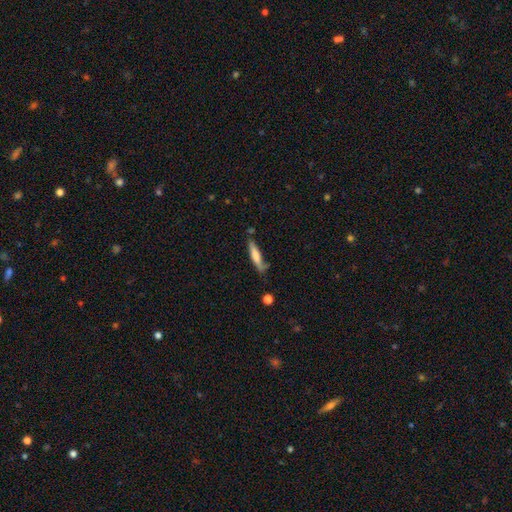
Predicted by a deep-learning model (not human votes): Morphology: type=smooth (65%); roundness=cigar-shaped (84%); merging=none (63%).